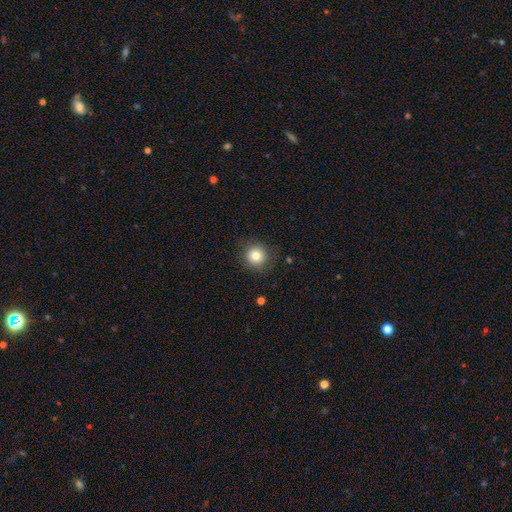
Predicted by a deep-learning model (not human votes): Smooth or featured? smooth (82%)
How rounded? round (92%)
Merging? none (86%)